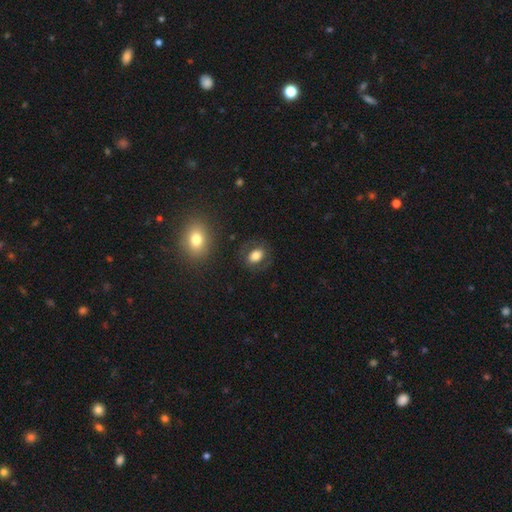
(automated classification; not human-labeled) Morphology: type=smooth (72%); roundness=in between (74%); merging=none (81%).